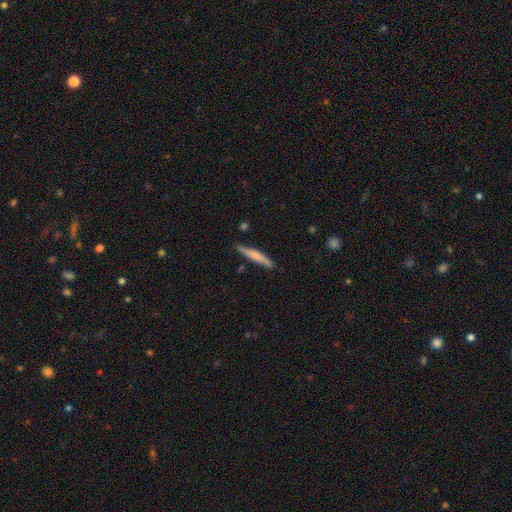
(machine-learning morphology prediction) A smooth galaxy with no disk features (62%) that is cigar-shaped (94%). Merging: none (83%).